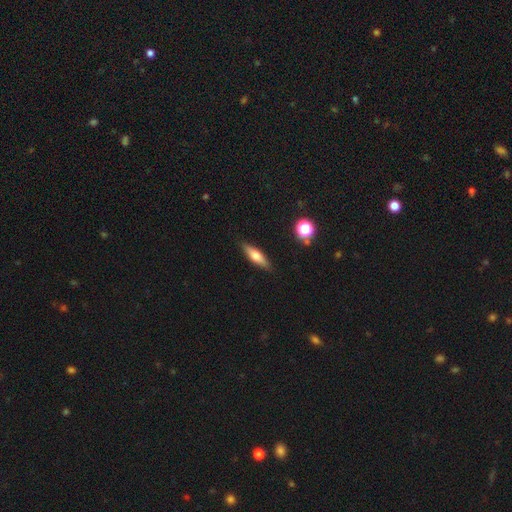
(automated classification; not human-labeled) Smooth or featured? Predicted: smooth (p=0.55). How rounded? Predicted: cigar-shaped (p=0.62). Merging? Predicted: none (p=0.87).